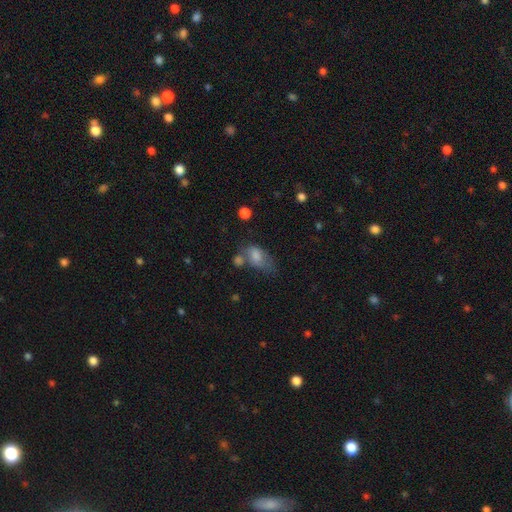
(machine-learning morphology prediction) This appears to be a smooth galaxy with no disk features (67%) that is in between round and cigar-shaped (87%). Merging: none (33%).